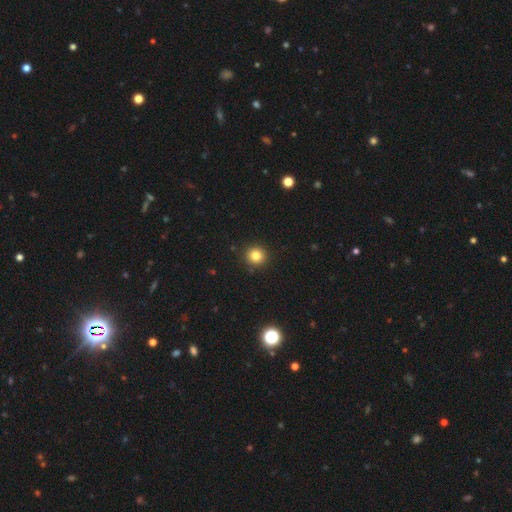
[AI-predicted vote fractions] This is clearly a smooth galaxy (82%). How rounded: clearly round (93%). Merging: clearly none (91%).